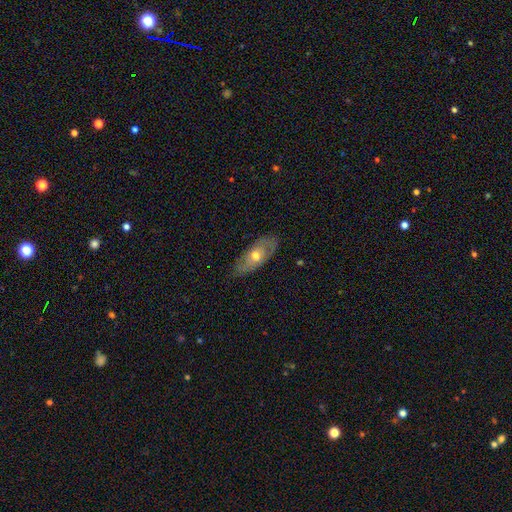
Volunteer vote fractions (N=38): Smooth or featured? featured or disk (50%)
Edge-on disk? no (74%)
Bar? no (86%)
Spiral arms? no (57%)
Bulge size? moderate (57%)
Merging? none (68%)